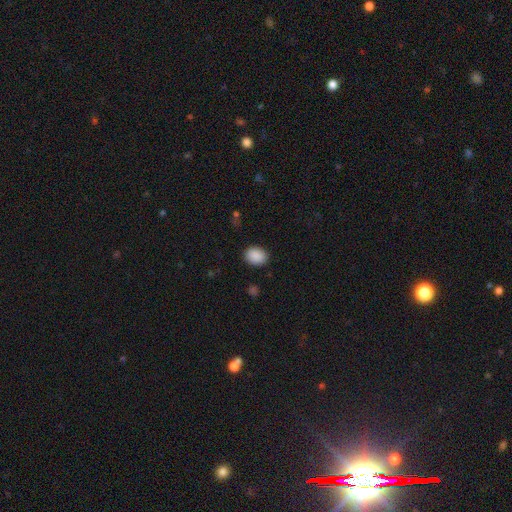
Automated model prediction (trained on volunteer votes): Q: Smooth or featured?
A: smooth (90%); runner-up: star or artifact (8%)
Q: How rounded?
A: in between (60%); runner-up: round (39%)
Q: Merging?
A: none (88%); runner-up: minor disturbance (8%)